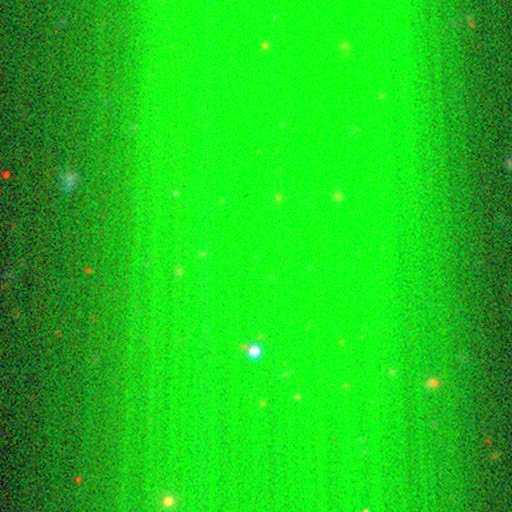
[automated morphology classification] type=star or artifact (81%).